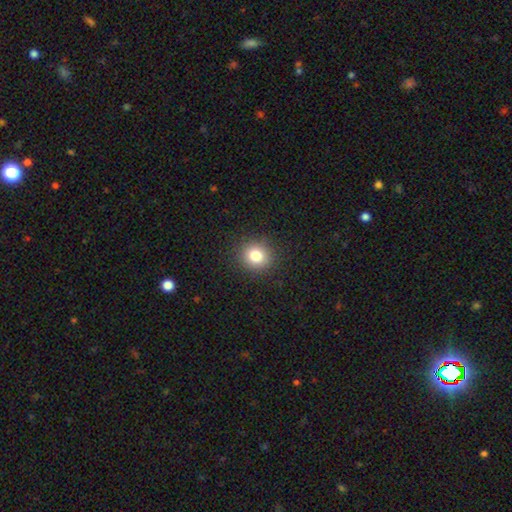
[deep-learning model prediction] This is clearly a smooth galaxy (80%). How rounded: clearly round (87%). Merging: clearly none (90%).